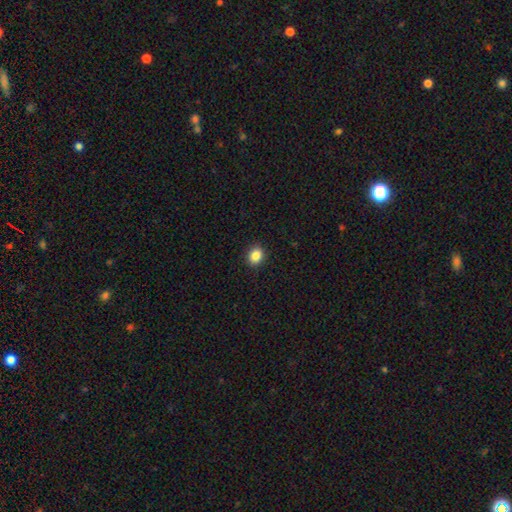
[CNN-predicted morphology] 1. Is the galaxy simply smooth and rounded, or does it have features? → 86% smooth, 10% star or artifact, 4% featured or disk.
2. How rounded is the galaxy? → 65% round, 34% in between, 1% cigar-shaped.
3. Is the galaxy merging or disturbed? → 91% none, 6% minor disturbance, 2% major disturbance, 1% merger.